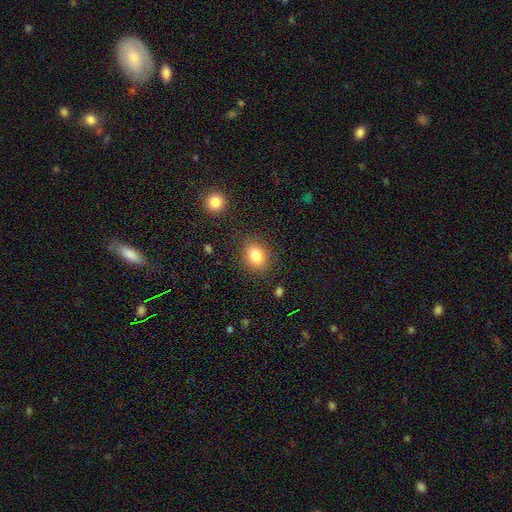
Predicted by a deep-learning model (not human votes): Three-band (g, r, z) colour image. It shows a smooth galaxy with no disk features (82%) that is in between round and cigar-shaped (57%). Merging: none (85%).